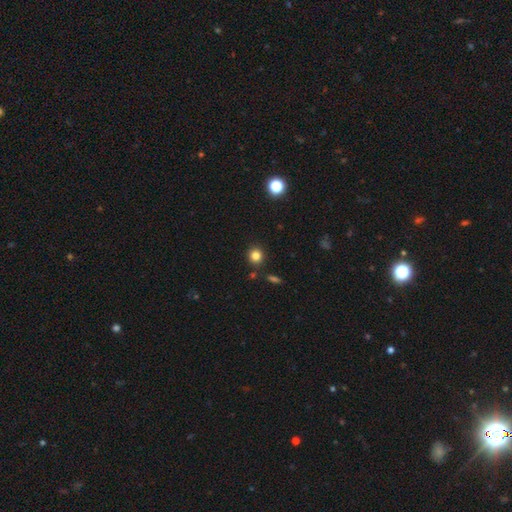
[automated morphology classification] This appears to be a smooth galaxy with no disk features (82%) that is round (89%). Merging: none (87%).